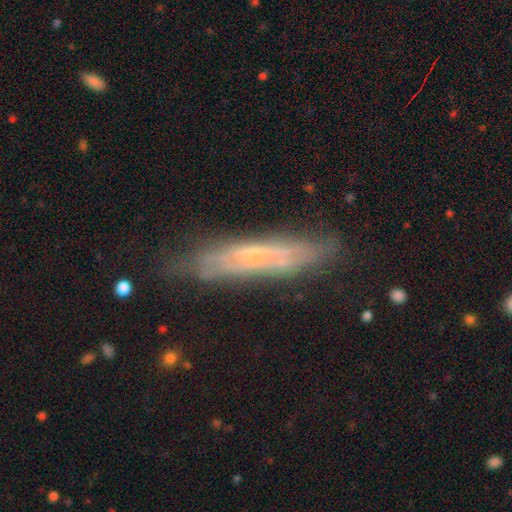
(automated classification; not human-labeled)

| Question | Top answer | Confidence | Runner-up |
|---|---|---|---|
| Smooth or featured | featured or disk | 68% | smooth (23%) |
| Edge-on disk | yes | 54% | no (46%) |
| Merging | none | 76% | minor disturbance (18%) |